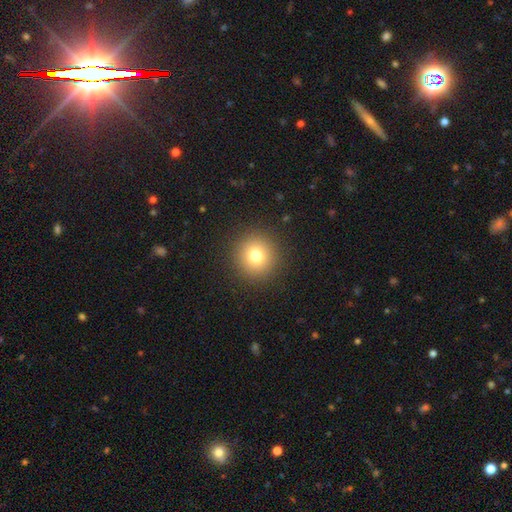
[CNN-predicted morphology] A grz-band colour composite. It shows a smooth galaxy with no disk features (78%) that is round (94%). Merging: none (91%).